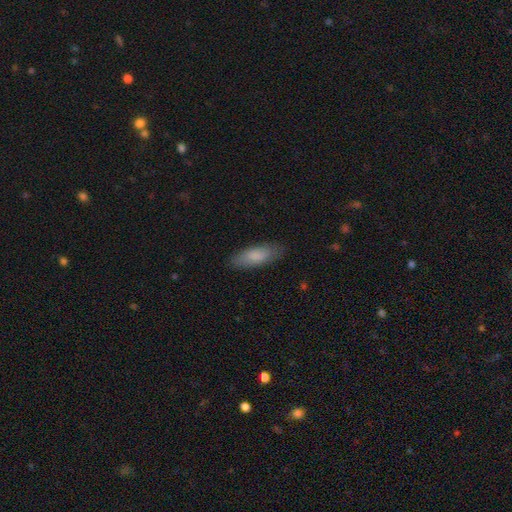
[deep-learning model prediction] smooth_or_featured: smooth (p=0.83) [alt: featured or disk p=0.11]
how_rounded: in between (p=0.62) [alt: cigar-shaped p=0.36]
merging: none (p=0.84) [alt: minor disturbance p=0.12]